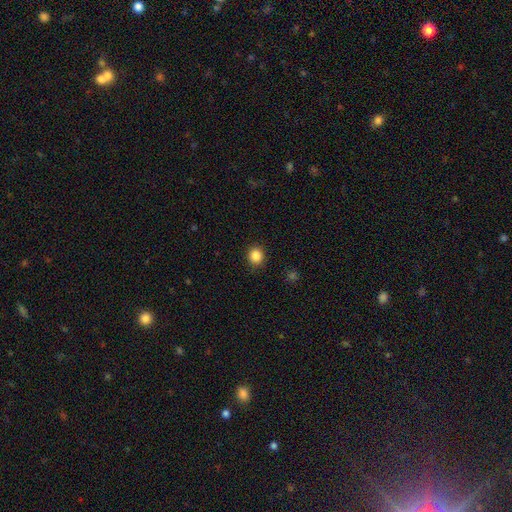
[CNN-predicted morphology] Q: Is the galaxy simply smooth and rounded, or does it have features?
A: smooth — 86%.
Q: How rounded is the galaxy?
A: round — 88%.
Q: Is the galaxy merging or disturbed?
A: none — 90%.